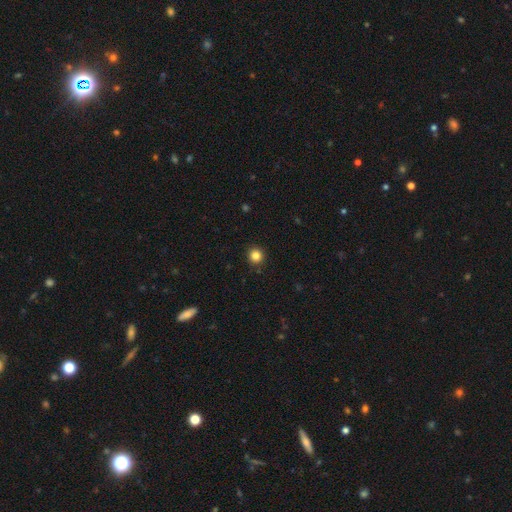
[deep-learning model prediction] The model was most divided on "smooth or featured": smooth: 84%, star or artifact: 12%, featured or disk: 4%. More confident: how rounded — round (94%); merging — none (92%).